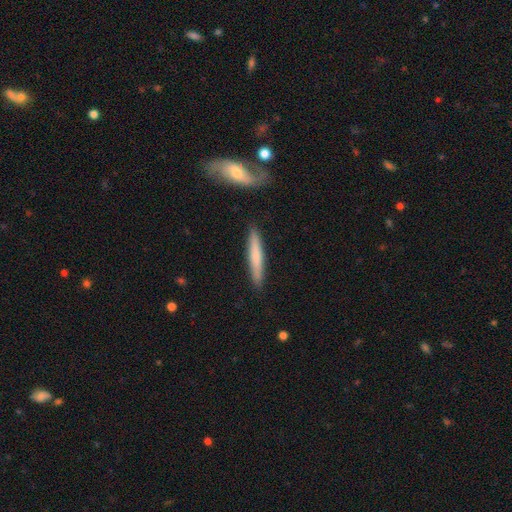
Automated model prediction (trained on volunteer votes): Smooth or featured?
  - smooth: 64% *
  - featured or disk: 31%
  - star or artifact: 5%
How rounded?
  - cigar-shaped: 94% *
  - in between: 5%
  - round: 1%
Merging?
  - none: 88% *
  - minor disturbance: 8%
  - merger: 2%
  - major disturbance: 2%